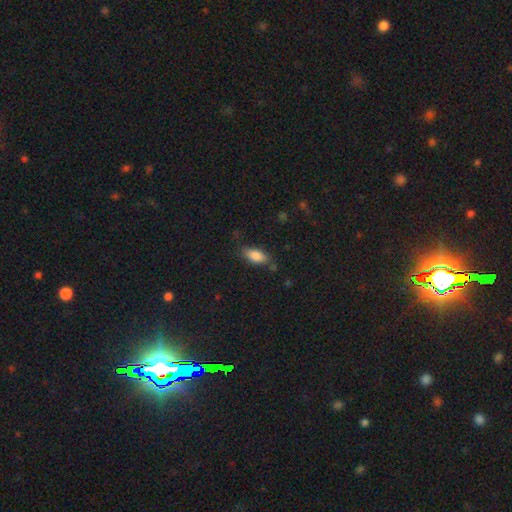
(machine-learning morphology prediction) This appears to be a smooth galaxy with no disk features (83%) that is in between round and cigar-shaped (86%). Merging: none (72%).